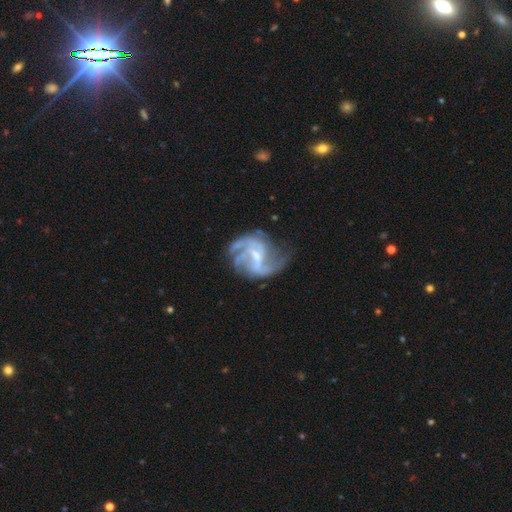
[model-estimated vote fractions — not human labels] Smooth or featured? featured or disk (85%)
Edge-on disk? no (98%)
Bar? weak (54%)
Spiral arms? yes (92%)
Spiral winding? medium (43%)
Spiral arm count? 2 (37%)
Bulge size? small (47%)
Merging? none (51%)